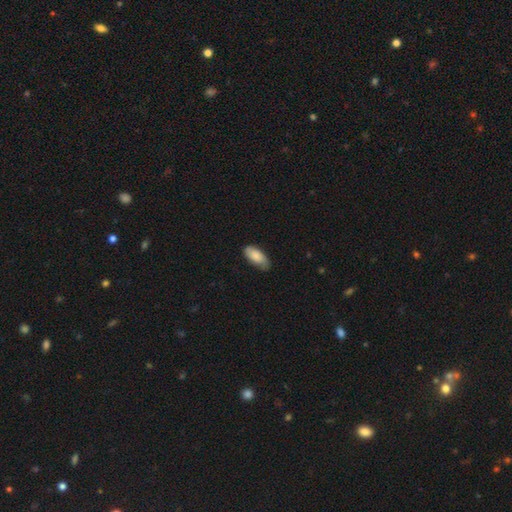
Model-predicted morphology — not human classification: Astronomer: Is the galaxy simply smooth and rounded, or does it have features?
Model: smooth — 79%.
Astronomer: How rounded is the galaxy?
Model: in between — 90%.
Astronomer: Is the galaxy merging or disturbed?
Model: none — 67%.